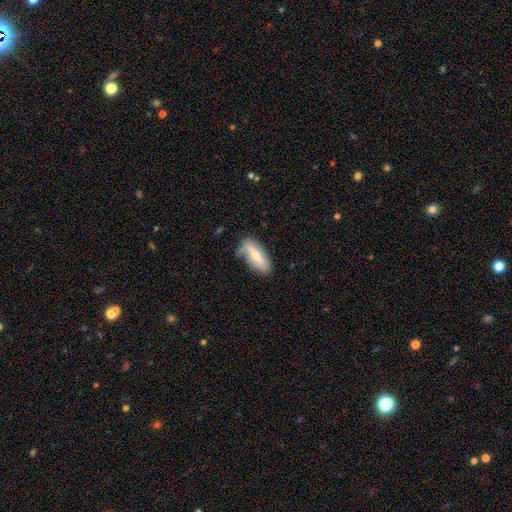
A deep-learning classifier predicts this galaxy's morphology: Smooth or featured? Predicted: smooth (p=0.59). How rounded? Predicted: in between (p=0.76). Merging? Predicted: none (p=0.61).